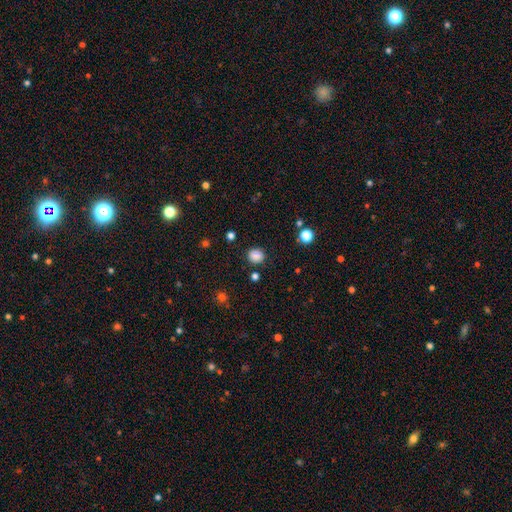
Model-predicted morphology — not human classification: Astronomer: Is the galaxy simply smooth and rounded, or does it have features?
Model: smooth — 85%.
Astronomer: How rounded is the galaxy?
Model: round — 81%.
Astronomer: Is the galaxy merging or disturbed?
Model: none — 87%.